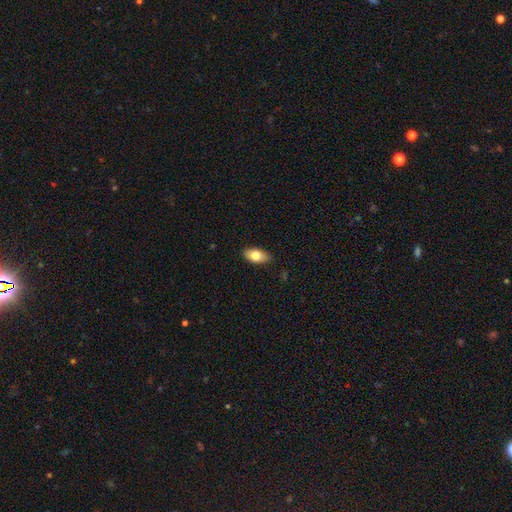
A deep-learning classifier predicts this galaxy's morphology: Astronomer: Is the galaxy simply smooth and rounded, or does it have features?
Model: smooth — 76%.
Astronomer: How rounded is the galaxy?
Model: in between — 89%.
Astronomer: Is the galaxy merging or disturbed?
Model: none — 84%.